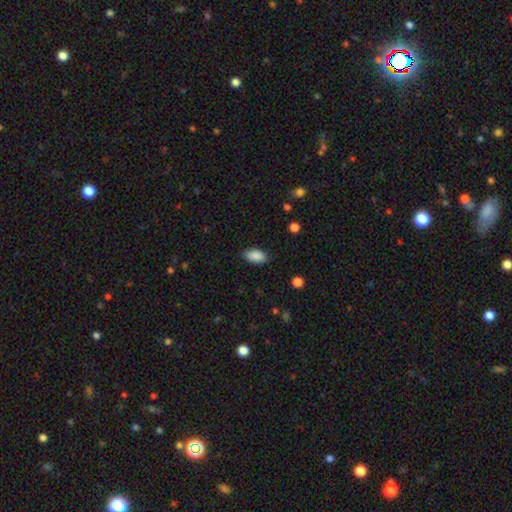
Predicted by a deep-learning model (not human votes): smooth 88%, star or artifact 7%, featured or disk 4%. Down the decision tree: how rounded — in between (93%); merging — none (85%).